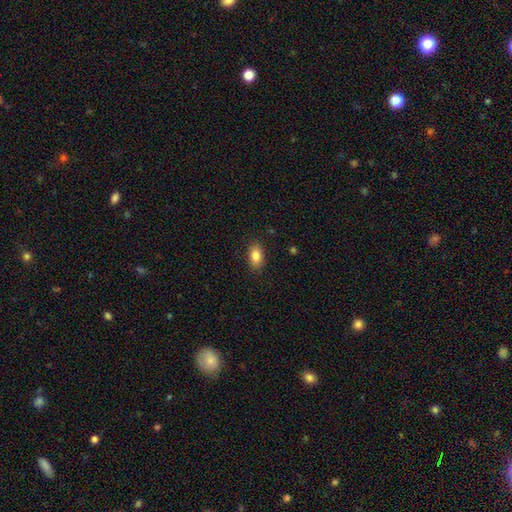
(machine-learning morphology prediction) A smooth galaxy with no disk features (84%) that is in between round and cigar-shaped (90%). Merging: none (88%).